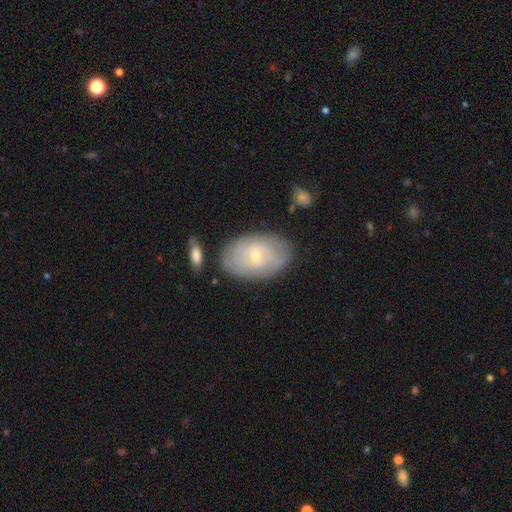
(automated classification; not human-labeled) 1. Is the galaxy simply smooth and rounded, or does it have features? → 60% featured or disk, 34% smooth, 6% star or artifact.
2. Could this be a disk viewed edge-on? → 94% no, 6% yes.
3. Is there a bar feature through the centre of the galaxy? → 77% no, 20% weak, 3% strong.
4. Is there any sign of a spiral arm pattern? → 70% yes, 30% no.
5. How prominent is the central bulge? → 72% small, 25% moderate, 1% large, 1% none, 1% dominant.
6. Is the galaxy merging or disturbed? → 78% none, 15% minor disturbance, 4% major disturbance, 3% merger.